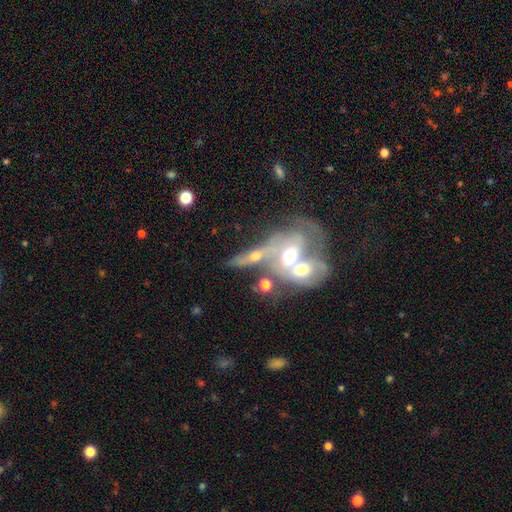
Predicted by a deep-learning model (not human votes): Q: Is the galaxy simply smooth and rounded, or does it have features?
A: featured or disk — 56%.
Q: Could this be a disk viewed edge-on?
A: no — 80%.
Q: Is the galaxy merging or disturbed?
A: merger — 73%.